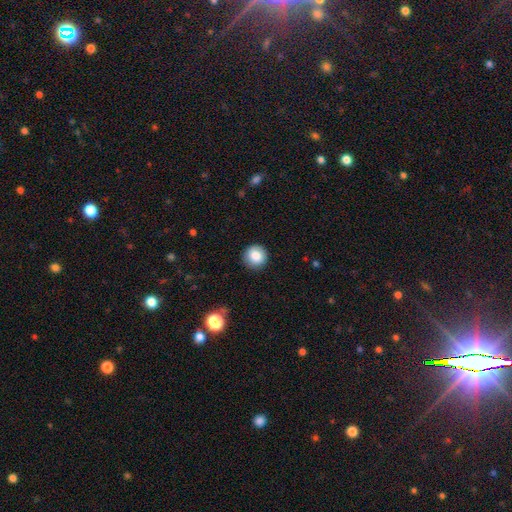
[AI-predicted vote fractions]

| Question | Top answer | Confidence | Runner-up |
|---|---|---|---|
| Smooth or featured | smooth | 84% | star or artifact (9%) |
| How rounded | round | 95% | in between (4%) |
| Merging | none | 91% | minor disturbance (6%) |